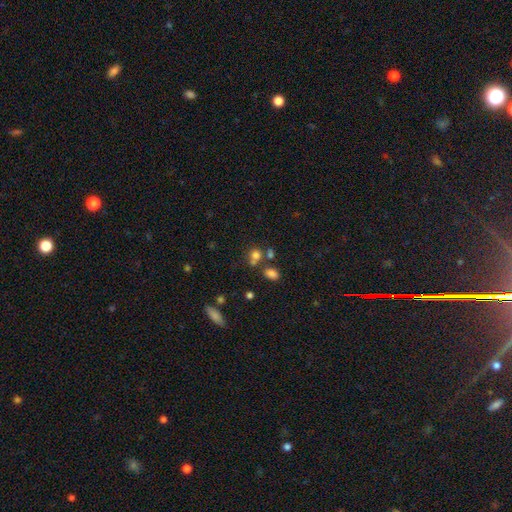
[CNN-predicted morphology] Smooth or featured?
  - smooth: 72% *
  - star or artifact: 18%
  - featured or disk: 10%
How rounded?
  - round: 67% *
  - in between: 31%
  - cigar-shaped: 2%
Merging?
  - none: 49% *
  - merger: 34%
  - minor disturbance: 11%
  - major disturbance: 6%